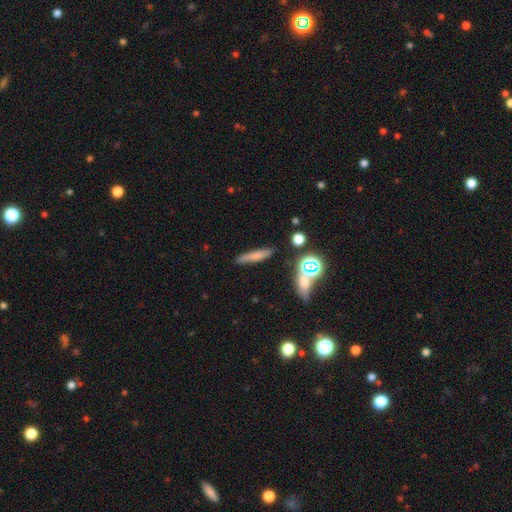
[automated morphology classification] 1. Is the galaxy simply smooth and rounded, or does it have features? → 65% smooth, 23% featured or disk, 13% star or artifact.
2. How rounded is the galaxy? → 85% cigar-shaped, 10% in between, 5% round.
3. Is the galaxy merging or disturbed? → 82% none, 10% minor disturbance, 5% merger, 3% major disturbance.